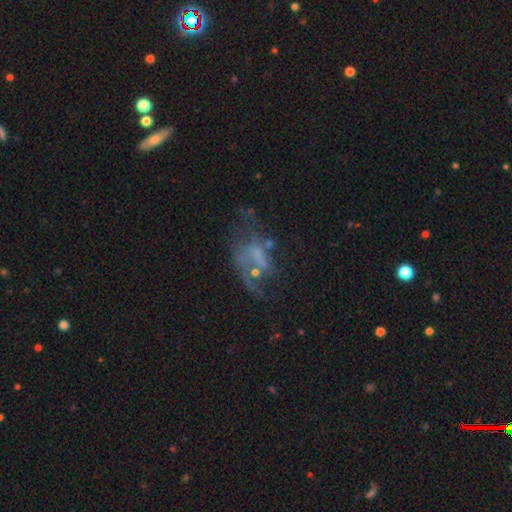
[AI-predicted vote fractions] Smooth or featured? featured or disk (63%)
Edge-on disk? no (97%)
Bar? no (65%)
Spiral arms? yes (50%, tied with no)
Bulge size? none (50%)
Merging? major disturbance (43%)